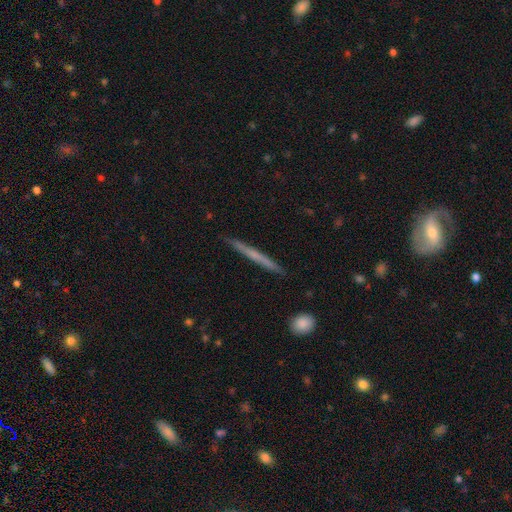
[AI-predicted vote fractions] This is possibly a featured or disk galaxy (49%). Merging: clearly none (90%).